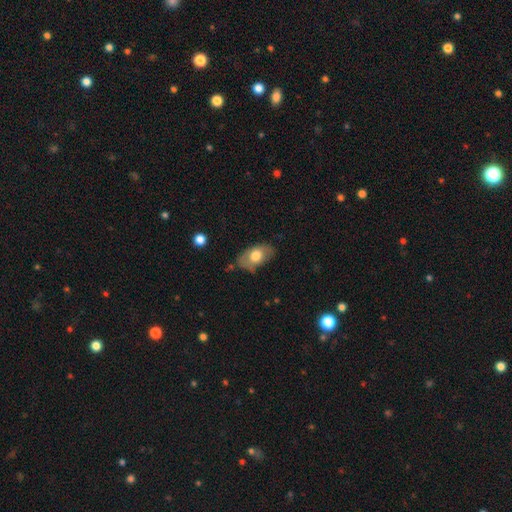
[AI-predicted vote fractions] smooth_or_featured: smooth (p=0.66) [alt: featured or disk p=0.28]
how_rounded: in between (p=0.91) [alt: round p=0.07]
merging: none (p=0.69) [alt: minor disturbance p=0.23]